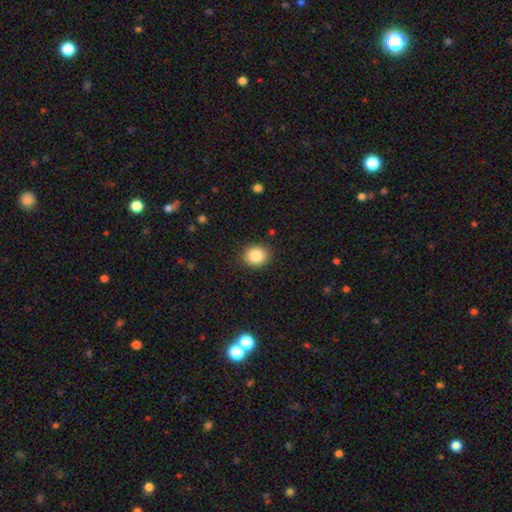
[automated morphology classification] A smooth galaxy with no disk features (87%) that is round (71%). Merging: none (90%).